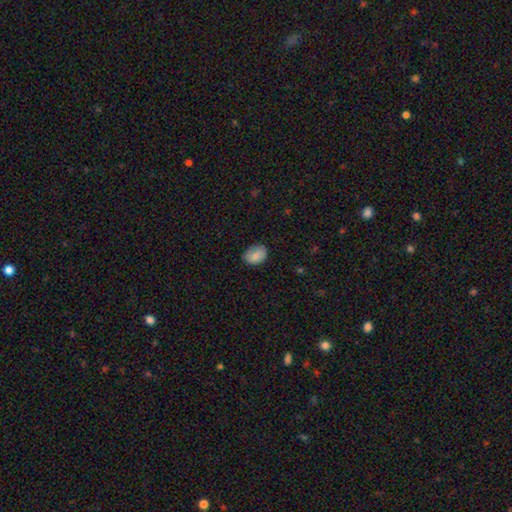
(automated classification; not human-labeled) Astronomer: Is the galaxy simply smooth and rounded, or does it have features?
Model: smooth — 86%.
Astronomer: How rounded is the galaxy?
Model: in between — 74%.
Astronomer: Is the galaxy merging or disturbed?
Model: none — 75%.